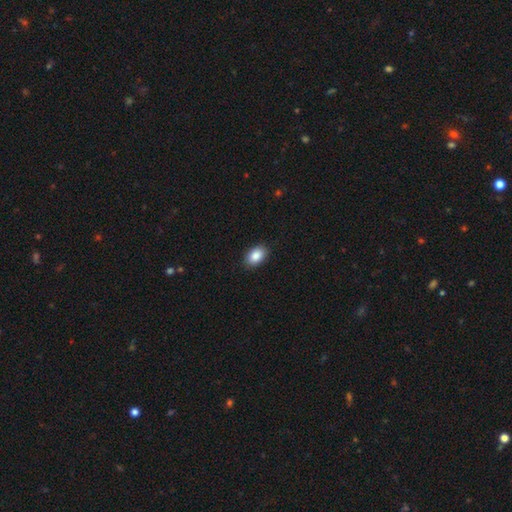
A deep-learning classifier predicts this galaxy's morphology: smooth-or-featured: smooth: 88% | star or artifact: 7% | featured or disk: 5%
  how-rounded: in between: 89% | round: 10% | cigar-shaped: 1%
  merging: none: 89% | minor disturbance: 8% | major disturbance: 2% | merger: 1%